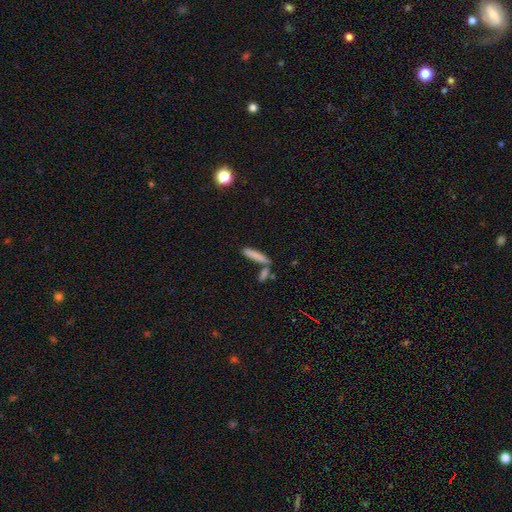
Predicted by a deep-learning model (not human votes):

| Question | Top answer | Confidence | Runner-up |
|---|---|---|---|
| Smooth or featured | smooth | 78% | featured or disk (14%) |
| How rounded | cigar-shaped | 83% | in between (15%) |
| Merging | none | 60% | merger (23%) |